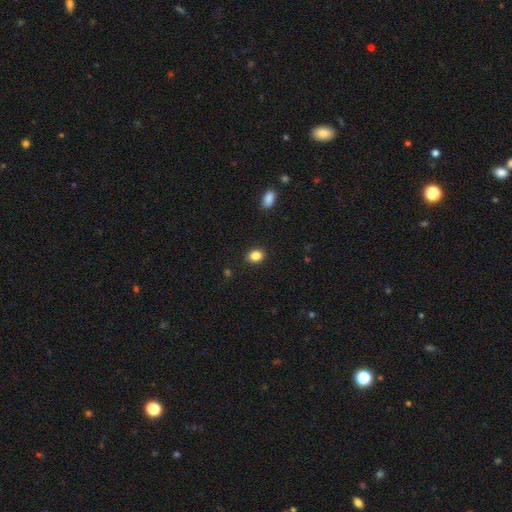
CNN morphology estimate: A smooth galaxy with no disk features (85%) that is round (59%).

Vote fractions:
- Smooth or featured? smooth: 85% / star or artifact: 10% / featured or disk: 4%
- How rounded? round: 59% / in between: 40% / cigar-shaped: 1%
- Merging? none: 90% / minor disturbance: 7% / major disturbance: 2% / merger: 1%